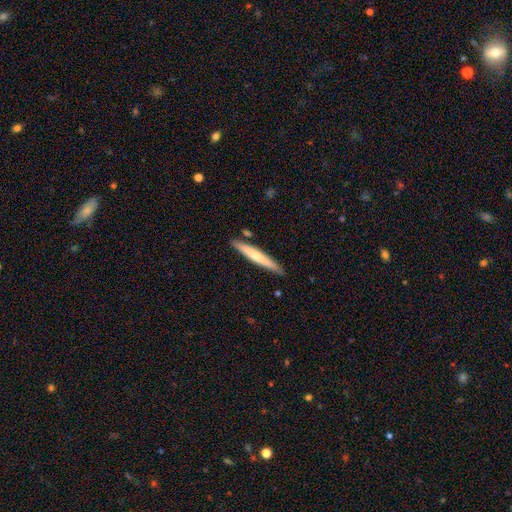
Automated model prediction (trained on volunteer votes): smooth 58%, featured or disk 37%, star or artifact 5%. Down the decision tree: how rounded — cigar-shaped (95%); merging — none (86%).